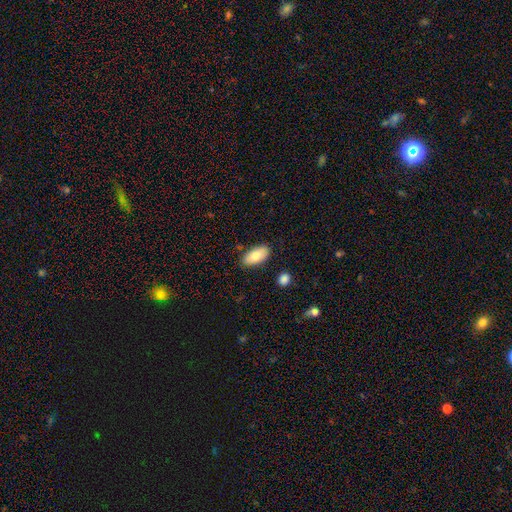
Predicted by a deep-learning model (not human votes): smooth-or-featured: smooth: 80% | featured or disk: 14% | star or artifact: 6%
  how-rounded: in between: 92% | cigar-shaped: 5% | round: 3%
  merging: none: 84% | minor disturbance: 11% | merger: 3% | major disturbance: 2%